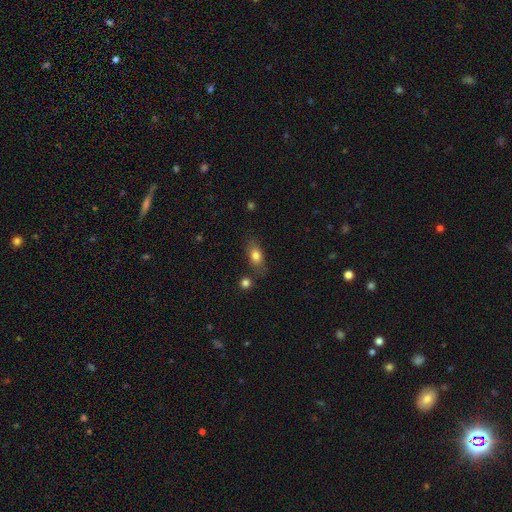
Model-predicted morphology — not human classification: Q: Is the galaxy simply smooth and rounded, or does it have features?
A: smooth — 78%.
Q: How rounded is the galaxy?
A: in between — 81%.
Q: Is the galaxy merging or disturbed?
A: none — 72%.